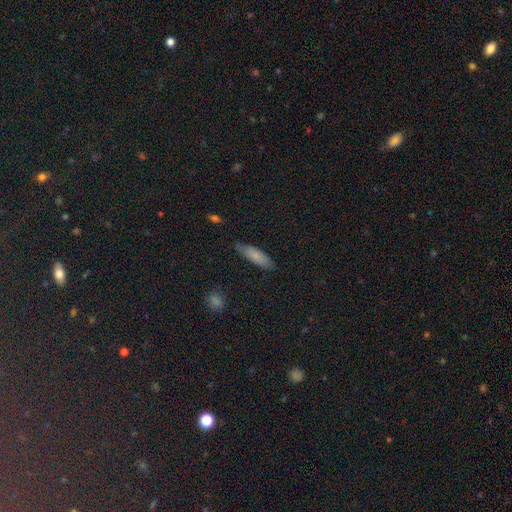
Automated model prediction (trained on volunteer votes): Smooth or featured?
  - smooth: 78% *
  - featured or disk: 14%
  - star or artifact: 7%
How rounded?
  - cigar-shaped: 50% *
  - in between: 48%
  - round: 2%
Merging?
  - none: 79% *
  - minor disturbance: 17%
  - major disturbance: 3%
  - merger: 2%